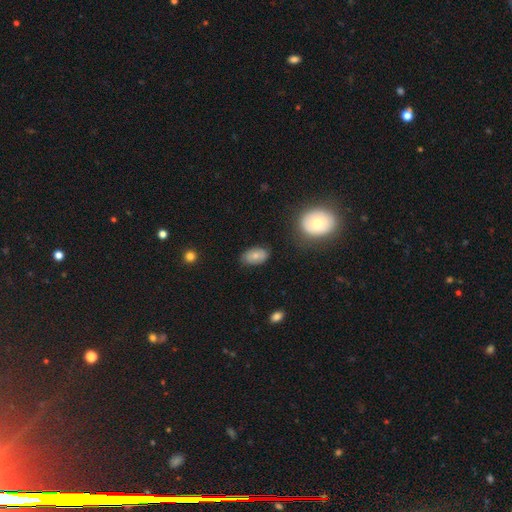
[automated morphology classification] A smooth galaxy with no disk features (69%) that is in between round and cigar-shaped (90%).

Vote fractions:
- Smooth or featured? smooth: 69% / featured or disk: 22% / star or artifact: 9%
- How rounded? in between: 90% / round: 8% / cigar-shaped: 2%
- Merging? none: 76% / minor disturbance: 18% / major disturbance: 4% / merger: 2%